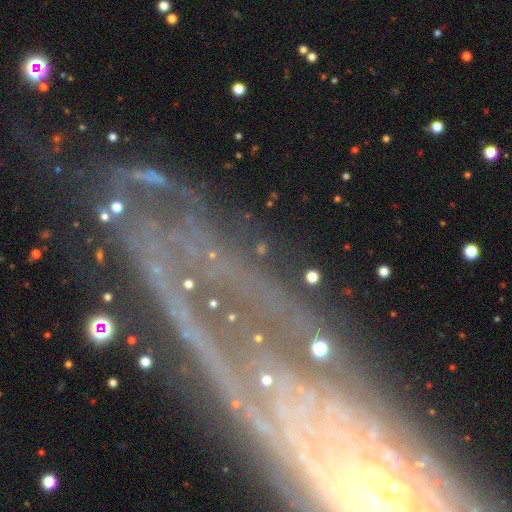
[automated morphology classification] Smooth or featured? featured or disk (55%)
Edge-on disk? no (72%)
Merging? none (72%)